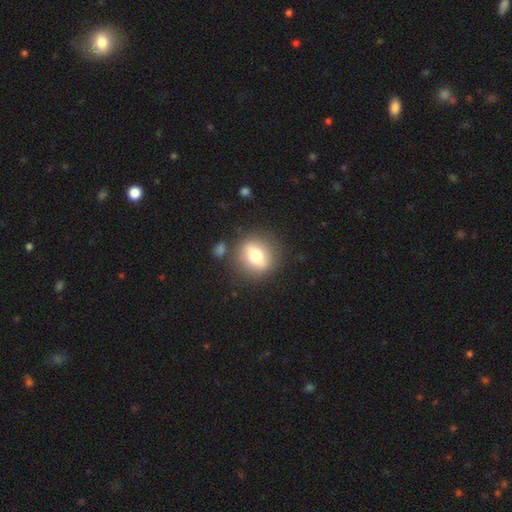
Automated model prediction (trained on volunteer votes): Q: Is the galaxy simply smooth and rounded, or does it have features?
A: smooth — 61%.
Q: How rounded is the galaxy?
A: round — 80%.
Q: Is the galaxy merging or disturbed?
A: none — 83%.